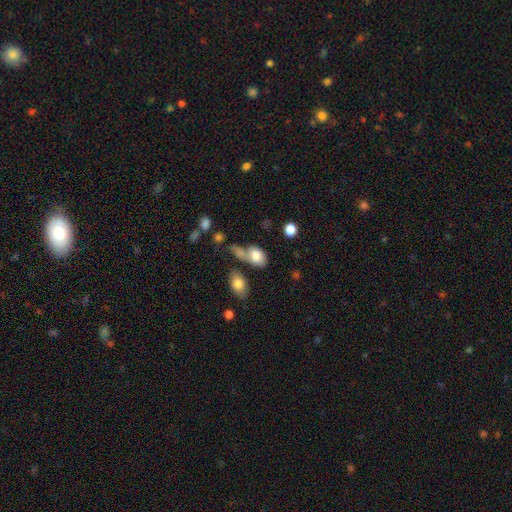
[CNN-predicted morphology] smooth-or-featured: smooth: 79% | featured or disk: 13% | star or artifact: 8%
  how-rounded: in between: 87% | round: 11% | cigar-shaped: 2%
  merging: none: 36% | merger: 34% | minor disturbance: 18% | major disturbance: 12%